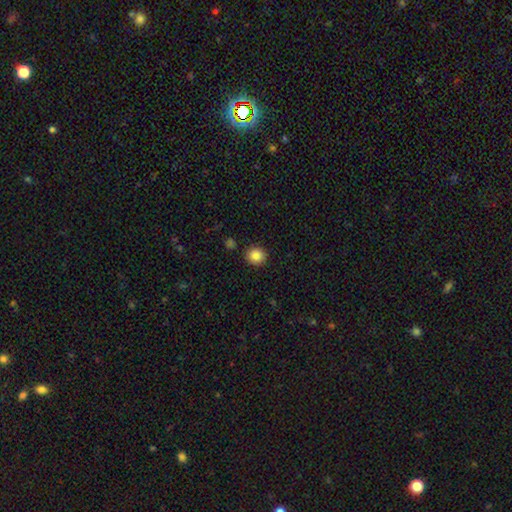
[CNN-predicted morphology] smooth_or_featured: smooth (p=0.86) [alt: star or artifact p=0.09]
how_rounded: round (p=0.83) [alt: in between p=0.16]
merging: none (p=0.89) [alt: minor disturbance p=0.07]